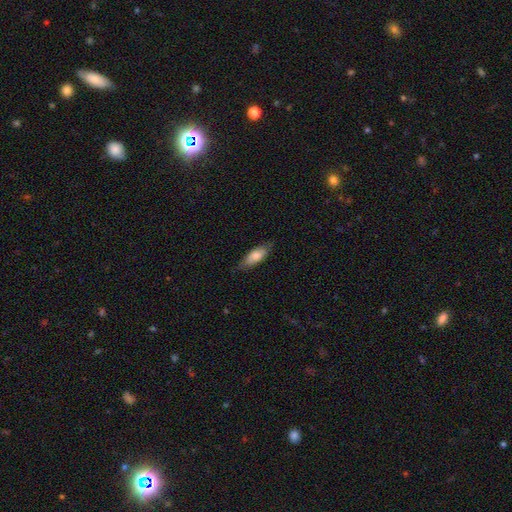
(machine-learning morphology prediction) smooth 75%, featured or disk 19%, star or artifact 6%. Down the decision tree: how rounded — in between (77%); merging — none (73%).